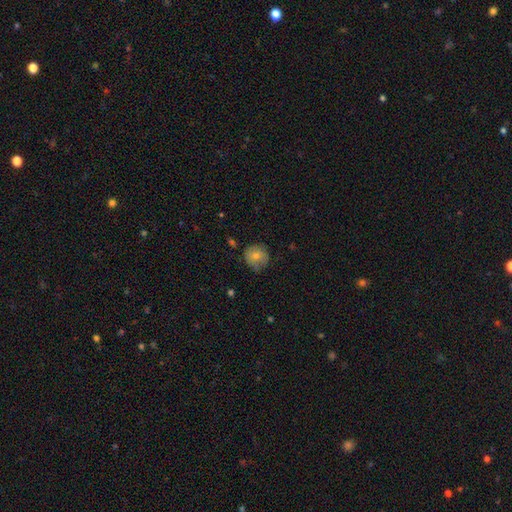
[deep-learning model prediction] Overall: smooth (65%). How rounded: round (89%). Merging: none (71%).